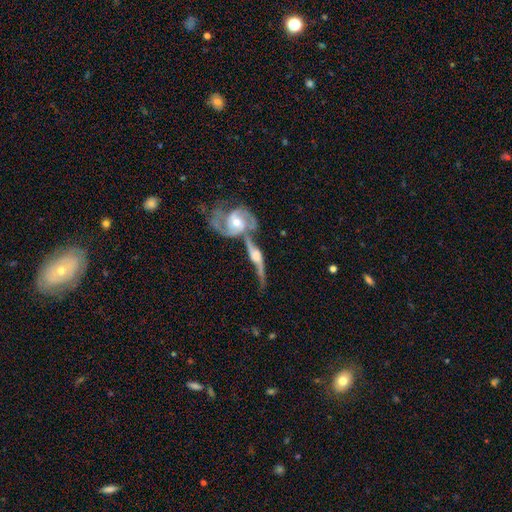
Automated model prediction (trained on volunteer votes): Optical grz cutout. It shows a featured or disk galaxy (87%). Merging: merger (61%).